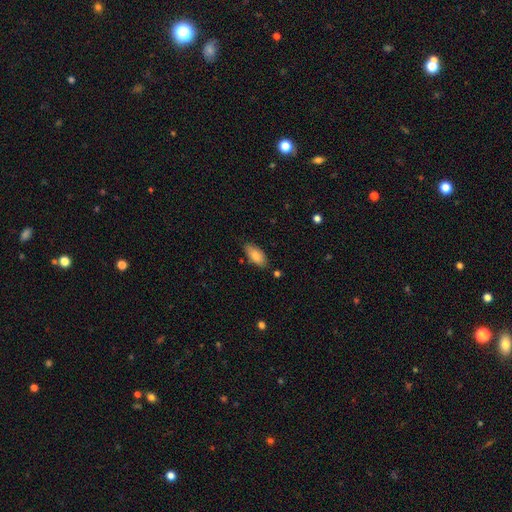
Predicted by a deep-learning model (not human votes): Smooth or featured? smooth (80%)
How rounded? in between (88%)
Merging? none (79%)